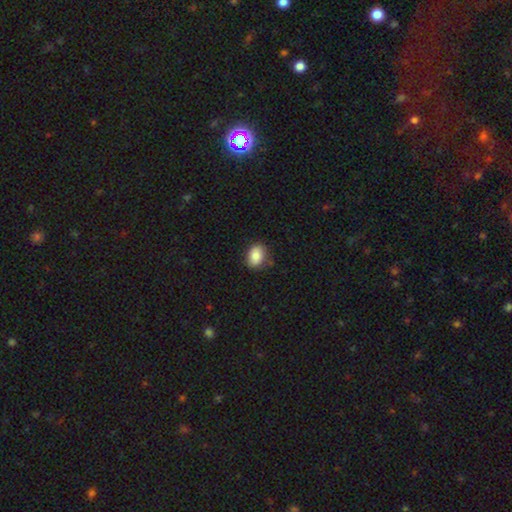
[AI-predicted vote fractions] Overall: smooth (84%). How rounded: in between (70%). Merging: none (78%).